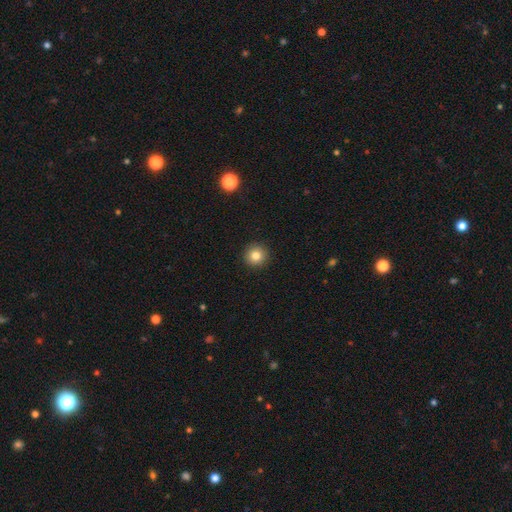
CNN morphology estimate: Smooth or featured: smooth — 81% (star or artifact — 11%)
How rounded: round — 95% (in between — 4%)
Merging: none — 93% (minor disturbance — 5%)